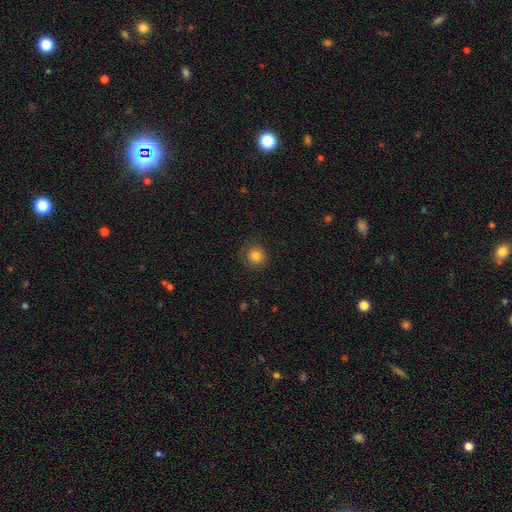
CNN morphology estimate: Smooth or featured: smooth — 83% (star or artifact — 11%)
How rounded: round — 92% (in between — 7%)
Merging: none — 86% (minor disturbance — 9%)